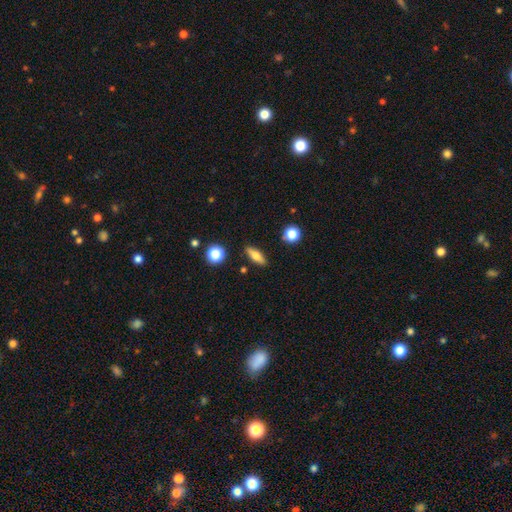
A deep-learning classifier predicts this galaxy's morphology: A smooth galaxy with no disk features (61%) that is in between round and cigar-shaped (53%). Merging: none (87%).